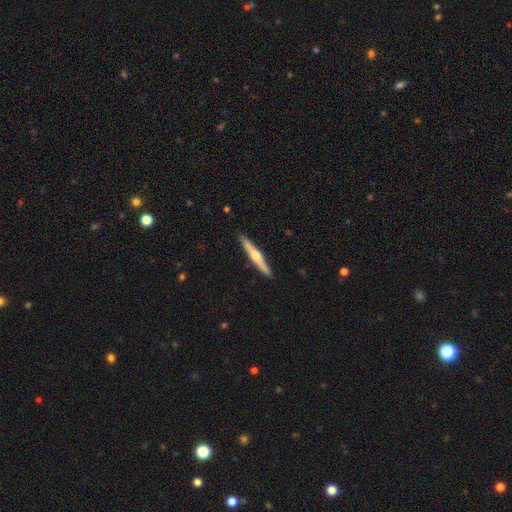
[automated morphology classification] Smooth or featured? featured or disk (65%)
Edge-on disk? yes (98%)
Edge-on bulge? rounded (92%)
Merging? none (92%)